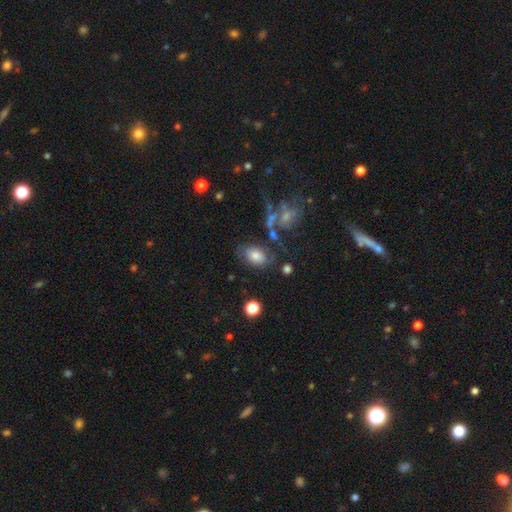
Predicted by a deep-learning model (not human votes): Smooth or featured?
  - smooth: 66% *
  - featured or disk: 23%
  - star or artifact: 10%
How rounded?
  - in between: 83% *
  - round: 16%
  - cigar-shaped: 1%
Merging?
  - none: 55% *
  - minor disturbance: 23%
  - major disturbance: 14%
  - merger: 8%